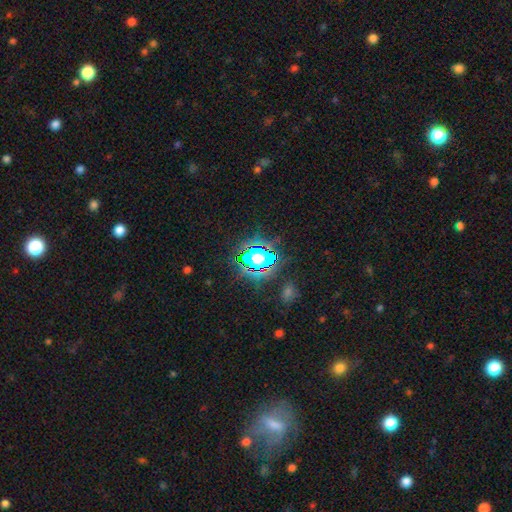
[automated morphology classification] This is likely a star or artifact rather than a galaxy (79%).